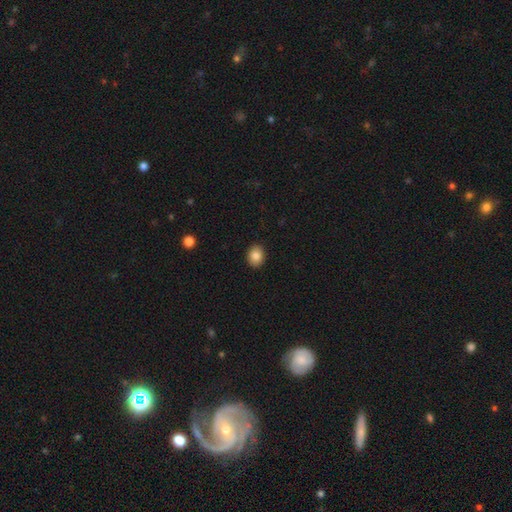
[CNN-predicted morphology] Smooth or featured? Predicted: smooth (p=0.85). How rounded? Predicted: in between (p=0.54). Merging? Predicted: none (p=0.91).